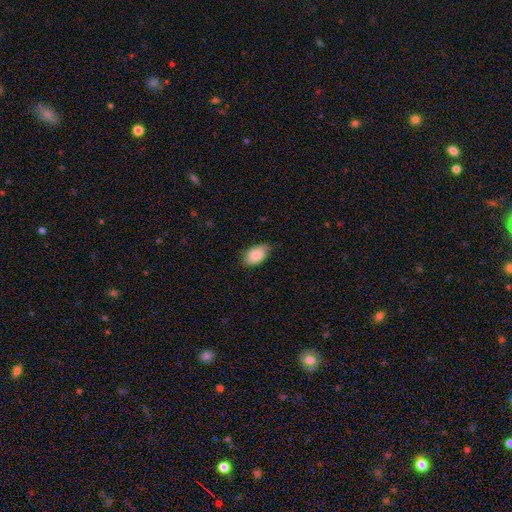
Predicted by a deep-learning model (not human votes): smooth-or-featured: smooth: 83% | featured or disk: 10% | star or artifact: 6%
  how-rounded: in between: 93% | round: 6% | cigar-shaped: 2%
  merging: none: 68% | minor disturbance: 27% | major disturbance: 4% | merger: 1%